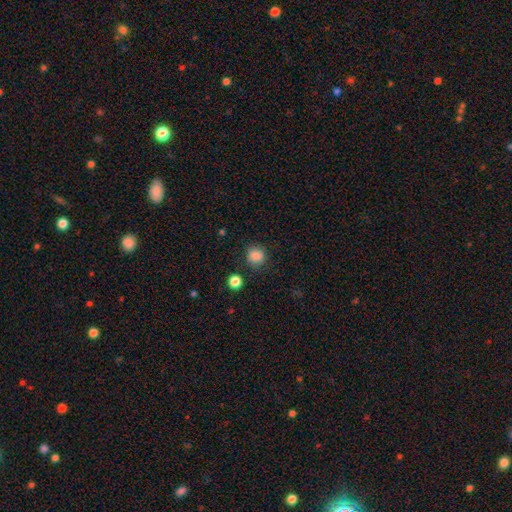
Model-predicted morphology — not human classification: The model was most divided on "smooth or featured": smooth: 86%, star or artifact: 11%, featured or disk: 4%. More confident: how rounded — round (89%); merging — none (85%).